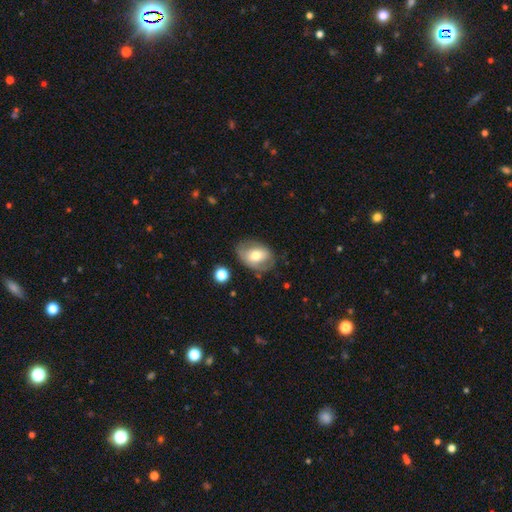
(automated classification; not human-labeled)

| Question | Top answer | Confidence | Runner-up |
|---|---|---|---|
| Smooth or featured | smooth | 54% | featured or disk (38%) |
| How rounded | in between | 71% | round (28%) |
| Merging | none | 60% | minor disturbance (26%) |